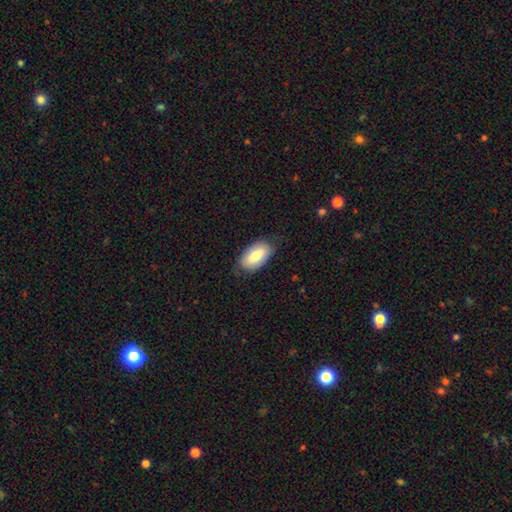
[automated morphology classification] smooth 77%, featured or disk 17%, star or artifact 6%. Down the decision tree: how rounded — in between (94%); merging — none (78%).